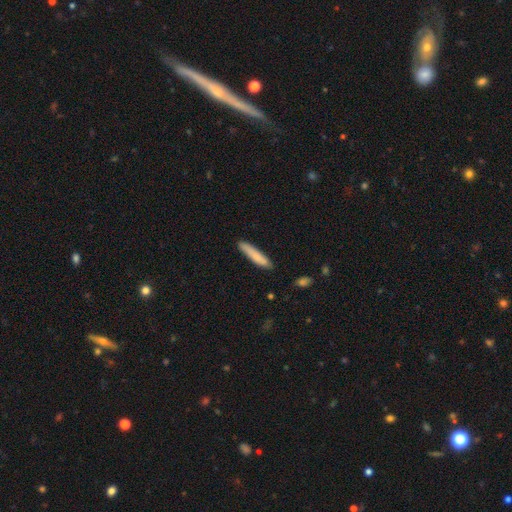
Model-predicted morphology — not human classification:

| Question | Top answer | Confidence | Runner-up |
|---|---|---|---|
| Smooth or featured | smooth | 80% | featured or disk (14%) |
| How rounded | cigar-shaped | 90% | in between (8%) |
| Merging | none | 84% | minor disturbance (13%) |